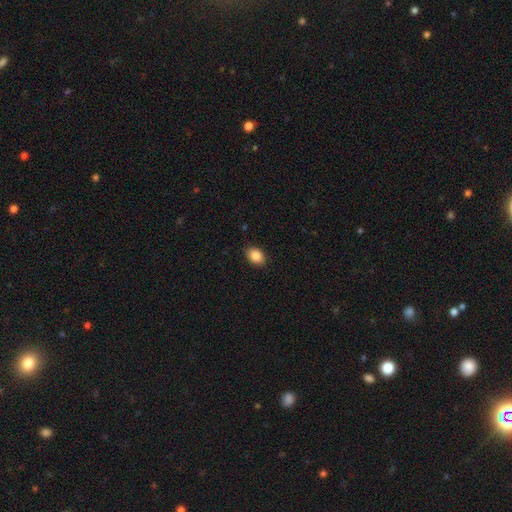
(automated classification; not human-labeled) Smooth or featured: smooth — 87% (star or artifact — 8%)
How rounded: in between — 76% (round — 23%)
Merging: none — 89% (minor disturbance — 9%)